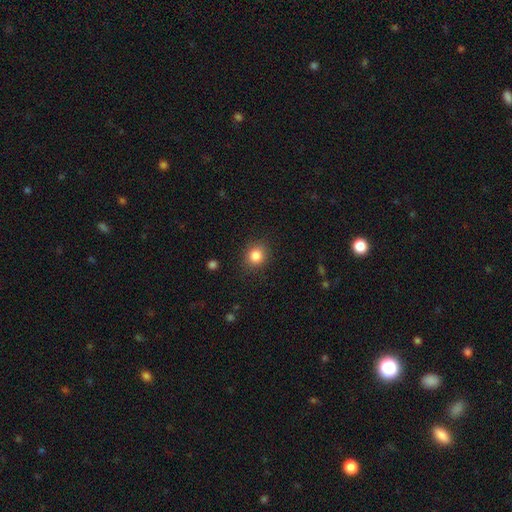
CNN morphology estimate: This appears to be a smooth galaxy with no disk features (84%) that is round (79%). Merging: none (88%).